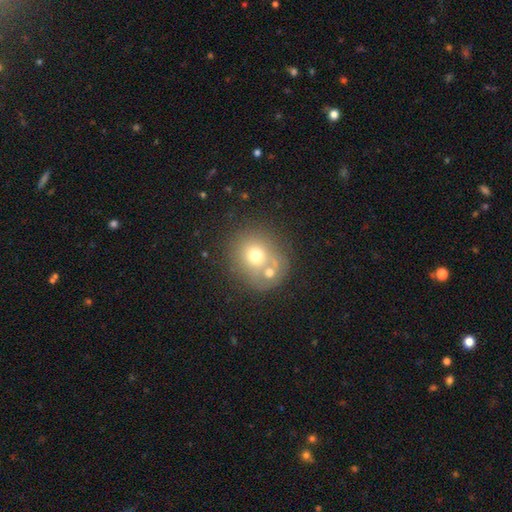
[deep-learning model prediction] Smooth or featured? smooth (66%)
How rounded? round (80%)
Merging? none (46%)